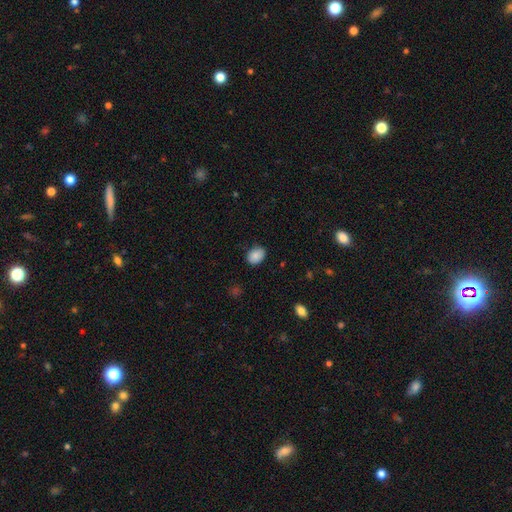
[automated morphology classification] A smooth galaxy with no disk features (87%) that is in between round and cigar-shaped (74%).

Vote fractions:
- Smooth or featured? smooth: 87% / star or artifact: 8% / featured or disk: 5%
- How rounded? in between: 74% / round: 25% / cigar-shaped: 1%
- Merging? none: 82% / minor disturbance: 14% / major disturbance: 3% / merger: 1%